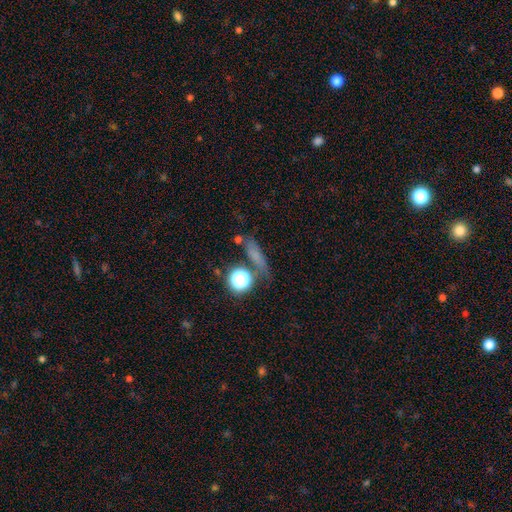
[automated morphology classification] Smooth or featured? Predicted: smooth (p=0.55). How rounded? Predicted: cigar-shaped (p=0.52). Merging? Predicted: none (p=0.66).